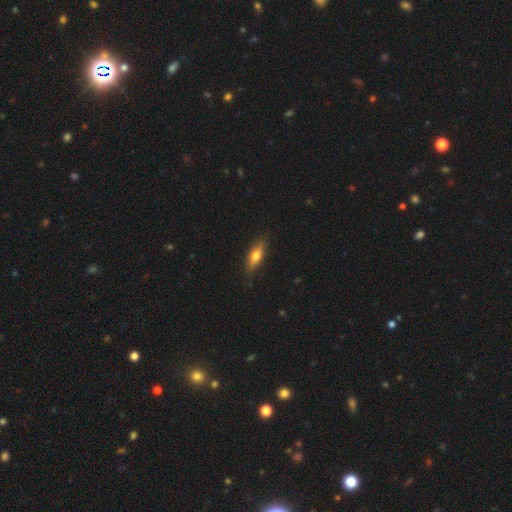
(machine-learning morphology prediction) The model was most divided on "how rounded": in between: 50%, cigar-shaped: 47%, round: 3%. More confident: merging — none (85%); smooth or featured — smooth (59%).